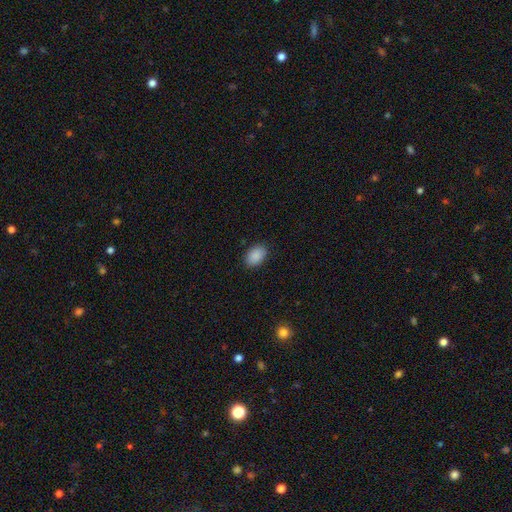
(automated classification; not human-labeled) Smooth or featured?
  - smooth: 90% *
  - star or artifact: 7%
  - featured or disk: 3%
How rounded?
  - in between: 87% *
  - round: 11%
  - cigar-shaped: 1%
Merging?
  - none: 86% *
  - minor disturbance: 10%
  - major disturbance: 2%
  - merger: 1%